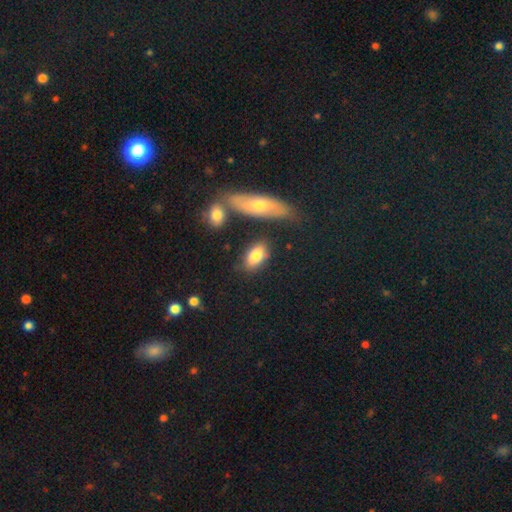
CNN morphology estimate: Q: Smooth or featured?
A: smooth (78%); runner-up: featured or disk (15%)
Q: How rounded?
A: in between (87%); runner-up: cigar-shaped (7%)
Q: Merging?
A: none (74%); runner-up: minor disturbance (14%)